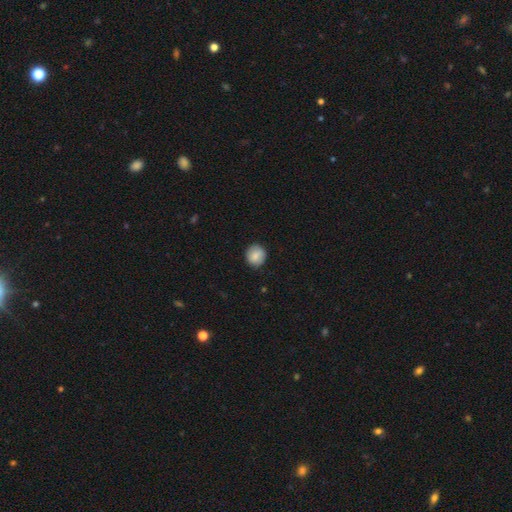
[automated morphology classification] A smooth galaxy with no disk features (86%) that is round (88%). Merging: none (87%).